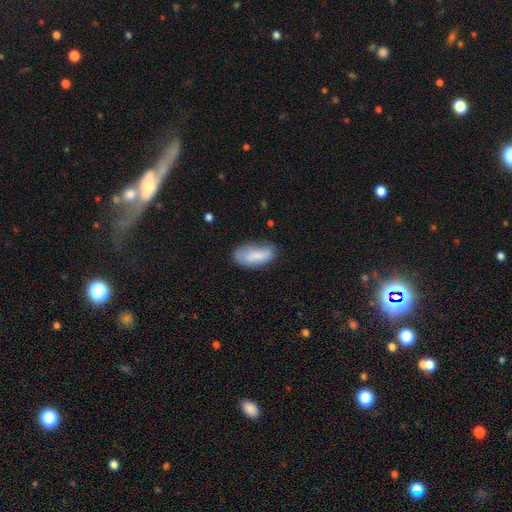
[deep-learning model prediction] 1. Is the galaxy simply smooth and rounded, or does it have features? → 76% smooth, 17% featured or disk, 7% star or artifact.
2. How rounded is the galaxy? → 90% in between, 7% cigar-shaped, 3% round.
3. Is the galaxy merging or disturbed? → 58% none, 30% minor disturbance, 9% major disturbance, 3% merger.